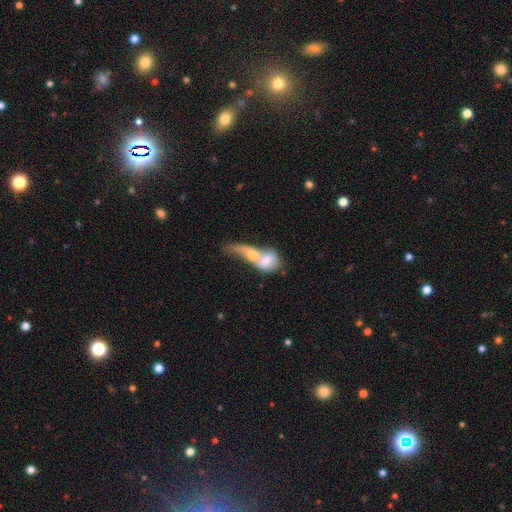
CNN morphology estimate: Smooth or featured: smooth — 49% (featured or disk — 42%)
Merging: merger — 75% (major disturbance — 12%)